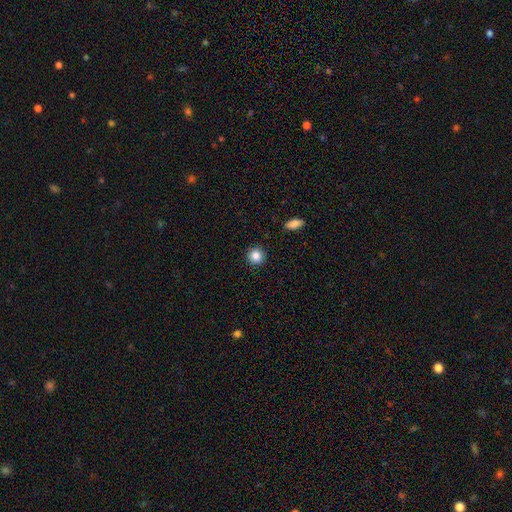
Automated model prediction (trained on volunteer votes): Morphology: type=smooth (85%); roundness=round (93%); merging=none (92%).